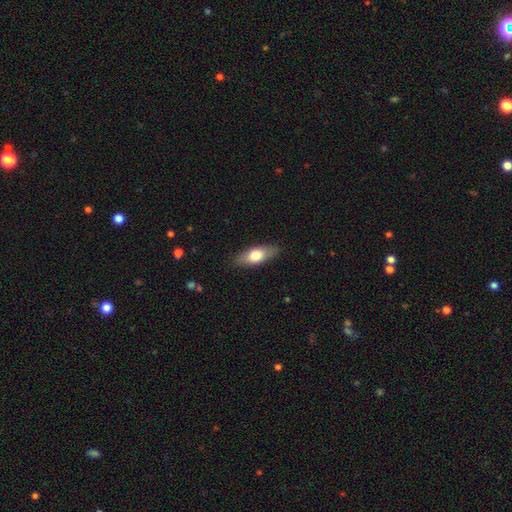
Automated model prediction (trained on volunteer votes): Smooth or featured? smooth (67%)
How rounded? in between (72%)
Merging? none (86%)